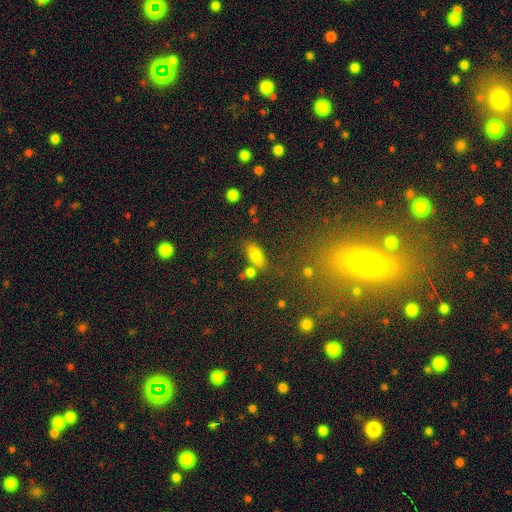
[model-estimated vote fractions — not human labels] This is likely a smooth galaxy (79%). How rounded: clearly in between (83%). Merging: likely none (64%).